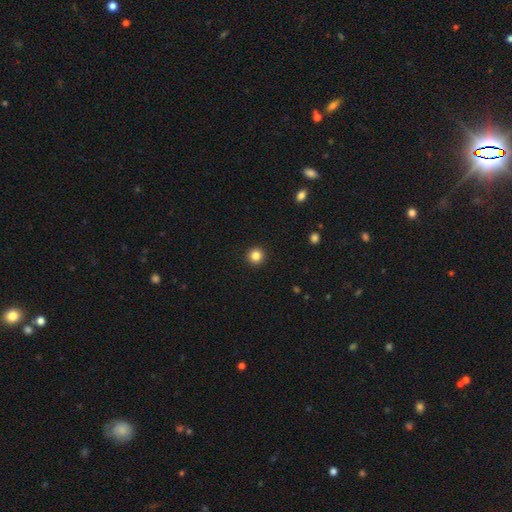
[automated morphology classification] Smooth or featured: smooth — 84% (star or artifact — 11%)
How rounded: round — 96% (in between — 3%)
Merging: none — 94% (minor disturbance — 4%)